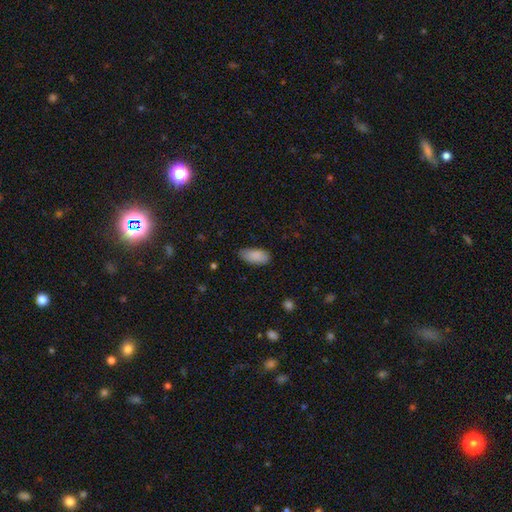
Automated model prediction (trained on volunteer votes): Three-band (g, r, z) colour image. It shows a smooth galaxy with no disk features (88%) that is in between round and cigar-shaped (91%). Merging: none (75%).